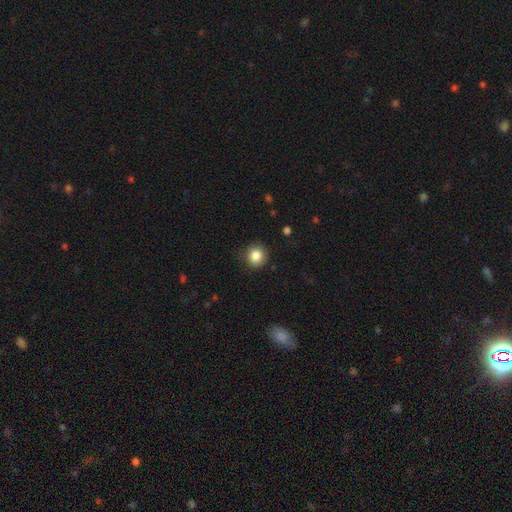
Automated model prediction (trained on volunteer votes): Morphology: type=smooth (85%); roundness=round (91%); merging=none (87%).